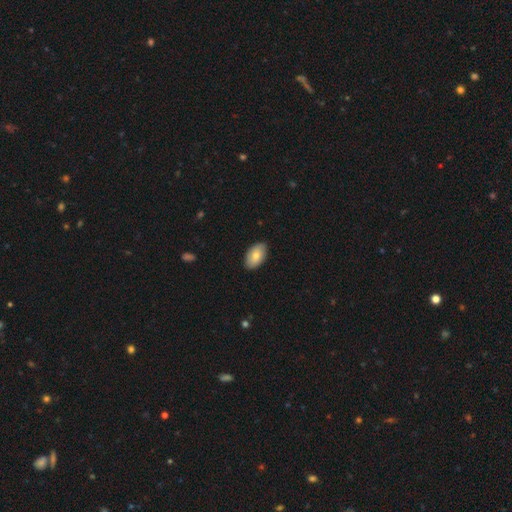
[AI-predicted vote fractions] A smooth galaxy with no disk features (78%) that is in between round and cigar-shaped (94%).

Vote fractions:
- Smooth or featured? smooth: 78% / featured or disk: 16% / star or artifact: 6%
- How rounded? in between: 94% / round: 4% / cigar-shaped: 1%
- Merging? none: 86% / minor disturbance: 11% / major disturbance: 2% / merger: 1%